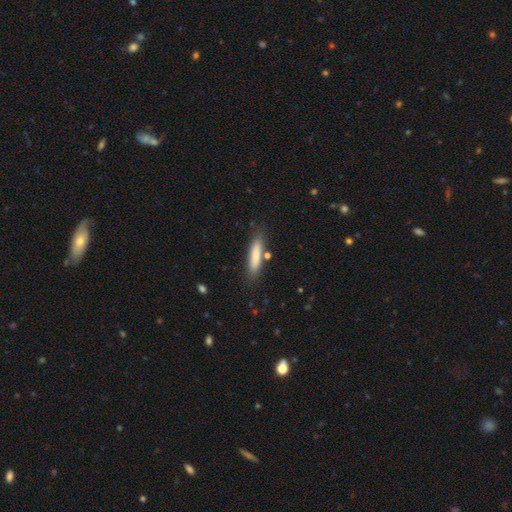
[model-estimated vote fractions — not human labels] The model was most divided on "how rounded": cigar-shaped: 80%, in between: 18%, round: 2%. More confident: smooth or featured — smooth (80%); merging — none (79%).